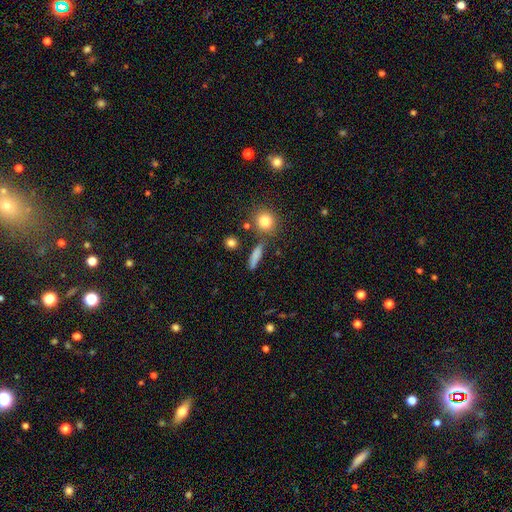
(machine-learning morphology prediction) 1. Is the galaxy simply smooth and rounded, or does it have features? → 77% smooth, 12% featured or disk, 10% star or artifact.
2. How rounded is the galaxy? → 68% cigar-shaped, 21% in between, 11% round.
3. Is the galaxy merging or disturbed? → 78% none, 12% minor disturbance, 6% merger, 4% major disturbance.